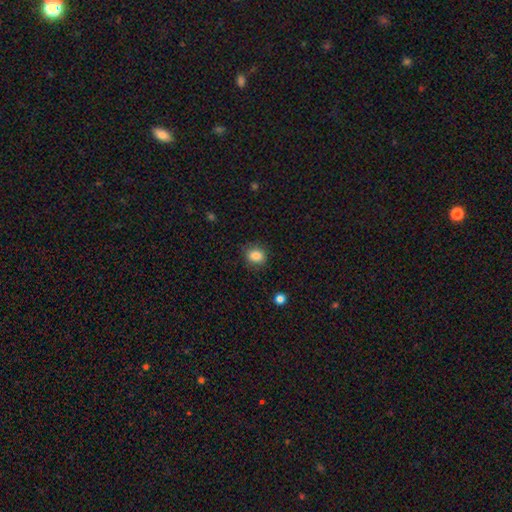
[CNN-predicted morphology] Q: Smooth or featured?
A: smooth (85%); runner-up: star or artifact (10%)
Q: How rounded?
A: round (59%); runner-up: in between (40%)
Q: Merging?
A: none (81%); runner-up: minor disturbance (14%)